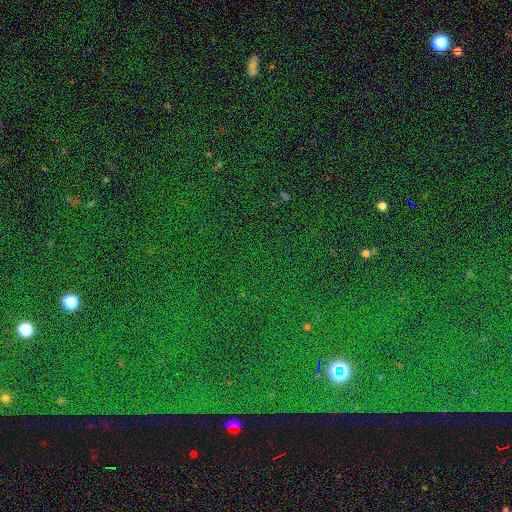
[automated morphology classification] Smooth or featured: star or artifact — 83% (smooth — 10%)